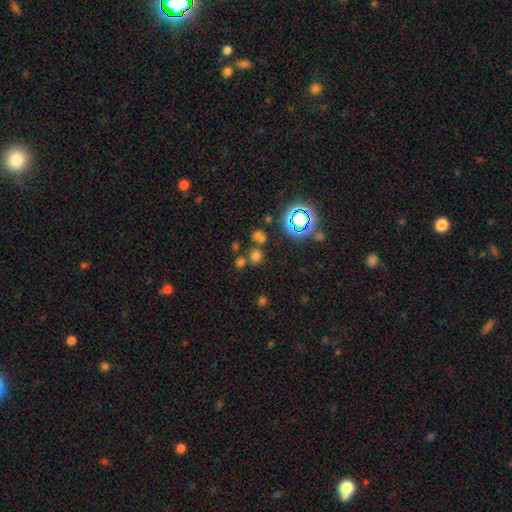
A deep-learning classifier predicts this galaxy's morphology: Smooth or featured?
  - smooth: 60% *
  - star or artifact: 32%
  - featured or disk: 8%
How rounded?
  - round: 87% *
  - in between: 12%
  - cigar-shaped: 1%
Merging?
  - none: 62% *
  - merger: 25%
  - minor disturbance: 8%
  - major disturbance: 4%